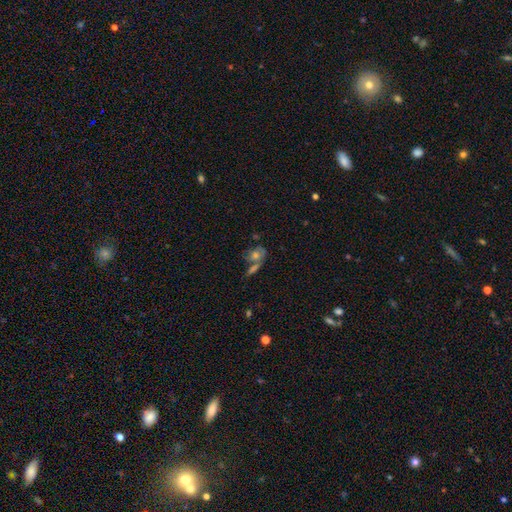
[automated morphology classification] Q: Smooth or featured?
A: smooth (43%); runner-up: featured or disk (40%)
Q: Merging?
A: none (43%); runner-up: merger (33%)